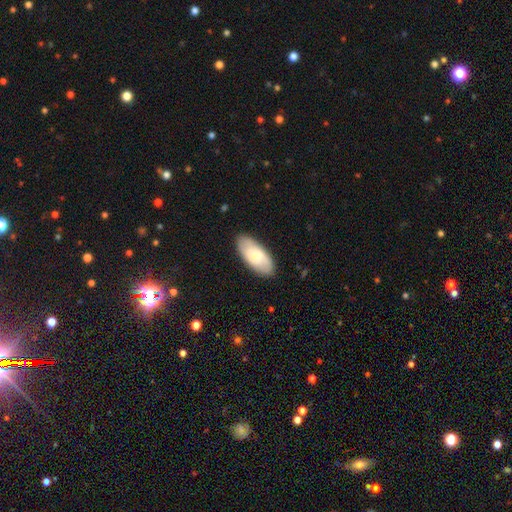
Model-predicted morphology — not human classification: type=smooth (75%); roundness=in between (90%); merging=none (86%).